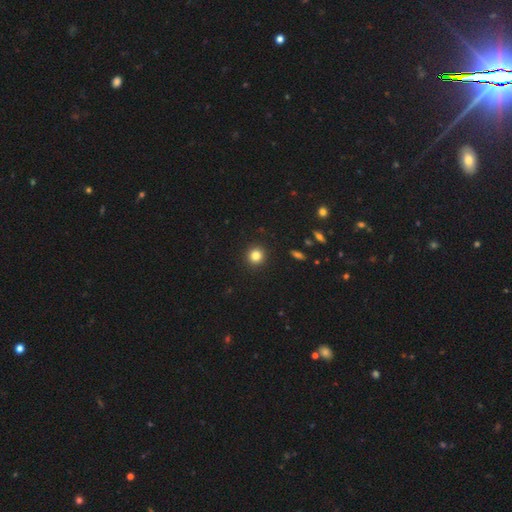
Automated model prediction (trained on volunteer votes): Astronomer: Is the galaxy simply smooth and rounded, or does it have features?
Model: smooth — 82%.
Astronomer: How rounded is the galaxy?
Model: round — 93%.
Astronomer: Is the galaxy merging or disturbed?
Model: none — 93%.